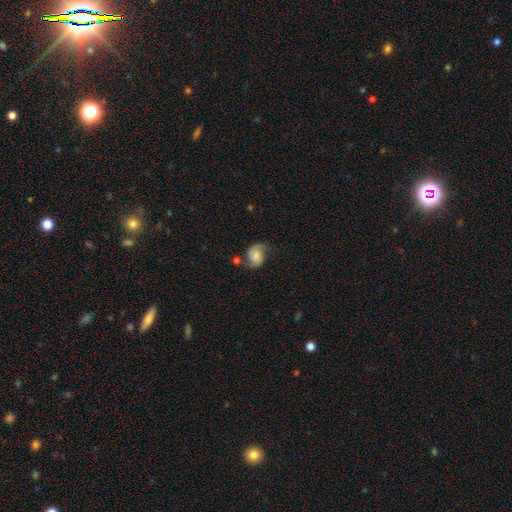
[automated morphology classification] Smooth or featured? smooth (50%)
Merging? none (44%)